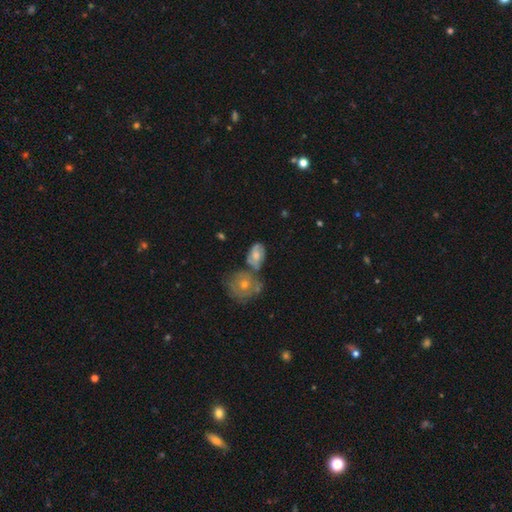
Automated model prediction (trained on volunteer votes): featured or disk 47%, smooth 45%, star or artifact 8%. Down the decision tree: merging — none (36%).